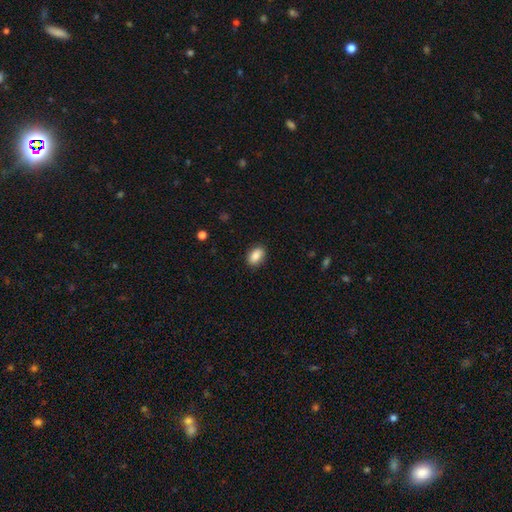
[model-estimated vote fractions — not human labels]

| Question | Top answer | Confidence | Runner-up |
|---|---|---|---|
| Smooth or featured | smooth | 86% | star or artifact (8%) |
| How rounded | in between | 87% | round (11%) |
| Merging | none | 88% | minor disturbance (9%) |